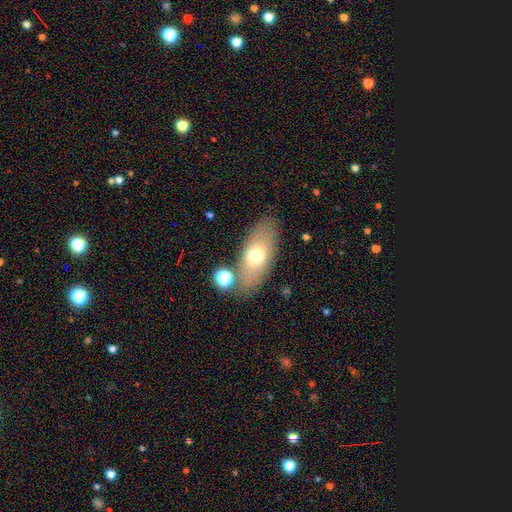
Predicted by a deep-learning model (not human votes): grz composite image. It shows a smooth galaxy with no disk features (66%) that is in between round and cigar-shaped (82%). Merging: none (75%).